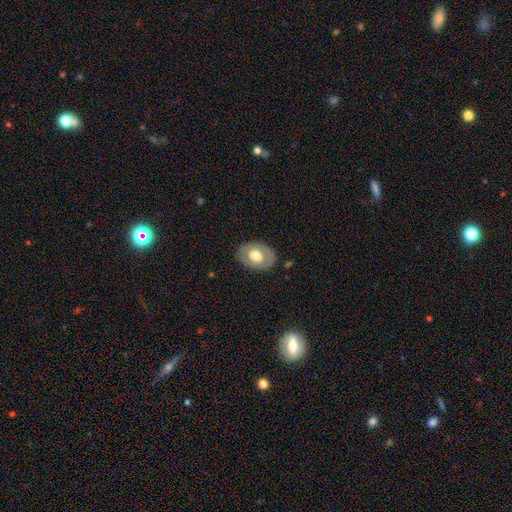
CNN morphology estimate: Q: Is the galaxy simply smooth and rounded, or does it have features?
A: smooth — 54%.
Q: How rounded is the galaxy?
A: in between — 76%.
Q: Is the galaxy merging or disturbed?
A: none — 82%.